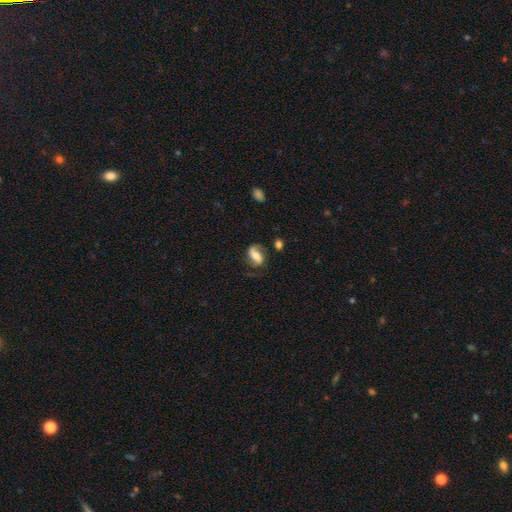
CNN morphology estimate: A featured or disk galaxy (61%) with a strong bar (36%), 2 (83%) loose (40%, tied with medium) spiral arms (90%) and a moderate central bulge (39%). Merging: none (62%).